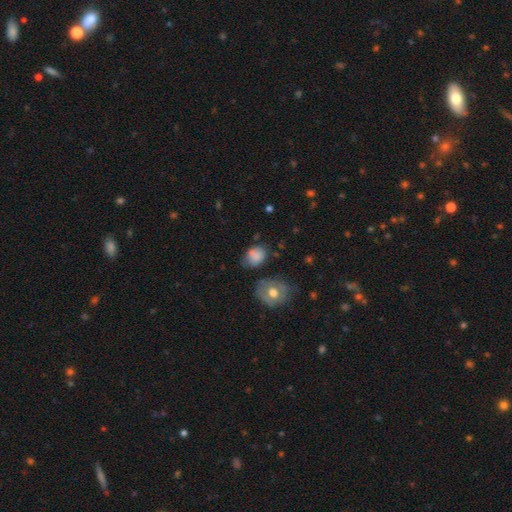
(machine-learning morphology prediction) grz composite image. It shows a smooth galaxy with no disk features (79%) that is in between round and cigar-shaped (54%). Merging: none (59%).